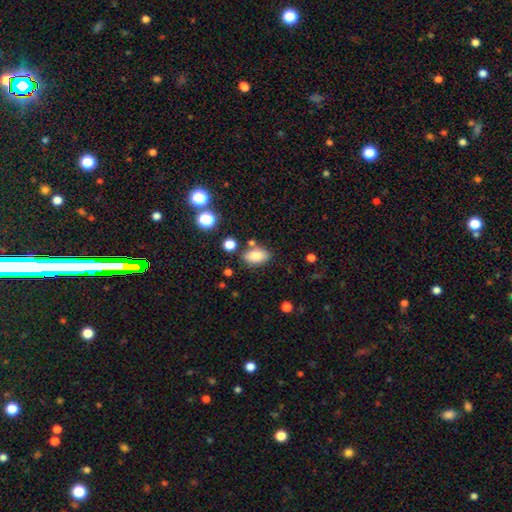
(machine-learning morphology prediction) Smooth or featured? smooth (82%)
How rounded? in between (89%)
Merging? none (74%)